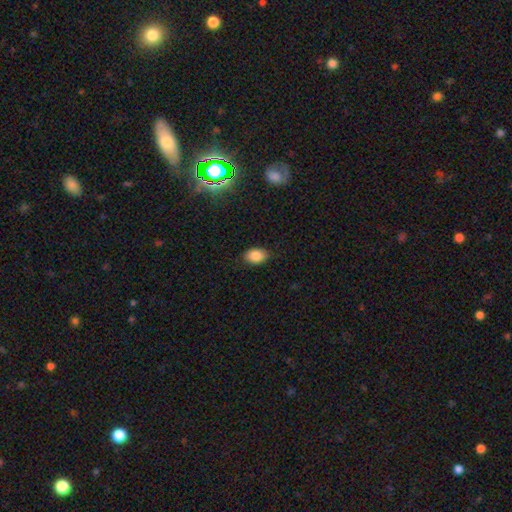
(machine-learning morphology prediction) A smooth galaxy with no disk features (84%) that is in between round and cigar-shaped (83%).

Vote fractions:
- Smooth or featured? smooth: 84% / star or artifact: 10% / featured or disk: 6%
- How rounded? in between: 83% / round: 16% / cigar-shaped: 1%
- Merging? none: 86% / minor disturbance: 11% / major disturbance: 2% / merger: 1%